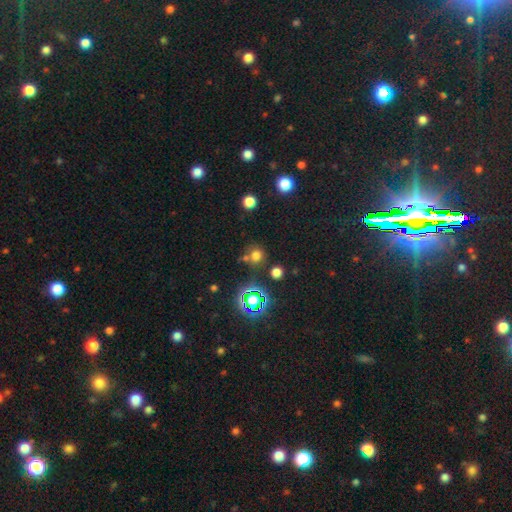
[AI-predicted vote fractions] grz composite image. It shows a smooth galaxy with no disk features (65%) that is round (87%). Merging: none (69%).